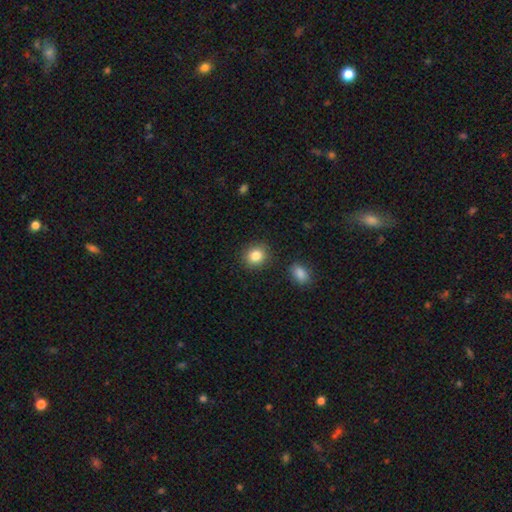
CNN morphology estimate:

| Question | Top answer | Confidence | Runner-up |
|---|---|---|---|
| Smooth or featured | smooth | 85% | star or artifact (9%) |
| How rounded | round | 74% | in between (25%) |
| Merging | none | 87% | minor disturbance (8%) |